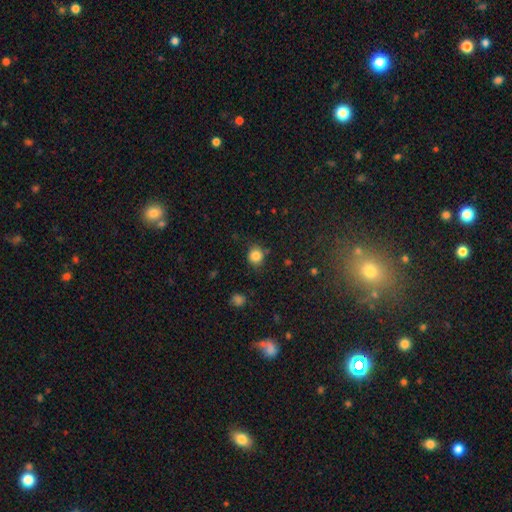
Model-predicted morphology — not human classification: Smooth or featured? smooth (84%)
How rounded? round (84%)
Merging? none (80%)